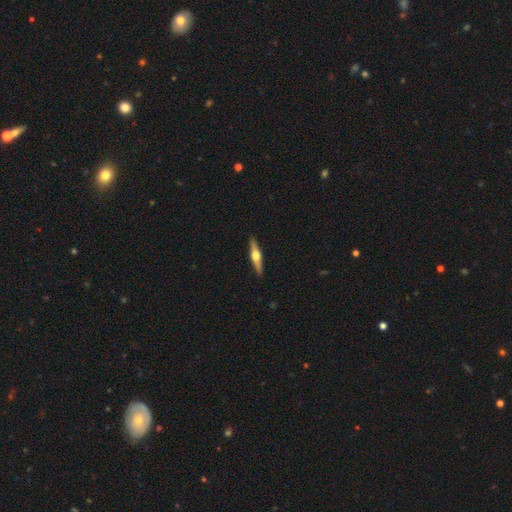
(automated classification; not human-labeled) Smooth or featured? Predicted: featured or disk (p=0.68). Edge-on disk? Predicted: yes (p=0.97). Edge-on bulge? Predicted: rounded (p=0.95). Merging? Predicted: none (p=0.91).